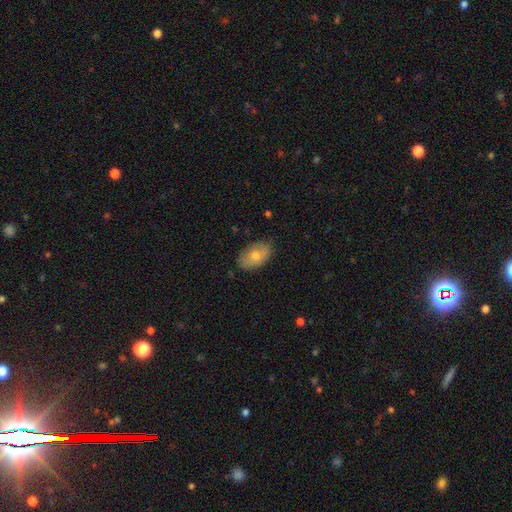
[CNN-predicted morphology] This is likely a smooth galaxy (66%). How rounded: clearly in between (91%). Merging: clearly none (81%).